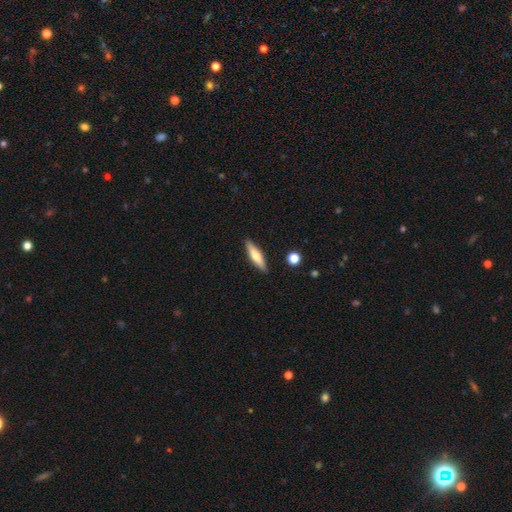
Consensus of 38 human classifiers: smooth-or-featured: smooth: 61% | featured or disk: 29% | star or artifact: 11%
  how-rounded: cigar-shaped: 87% | round: 9% | in between: 4%
  merging: none: 82% | minor disturbance: 9% | merger: 6% | major disturbance: 3%